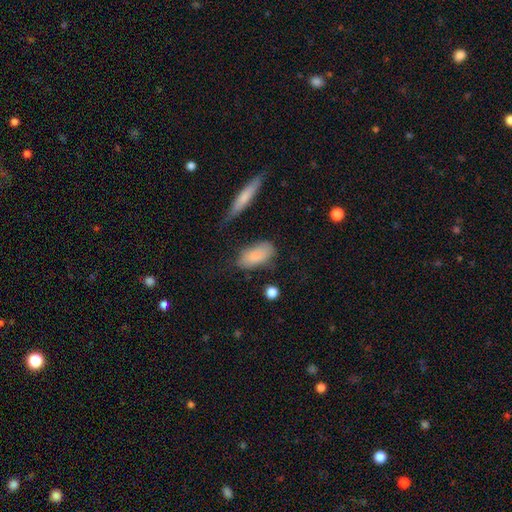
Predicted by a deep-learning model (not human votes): A smooth galaxy with no disk features (85%) that is in between round and cigar-shaped (87%).

Vote fractions:
- Smooth or featured? smooth: 85% / featured or disk: 8% / star or artifact: 7%
- How rounded? in between: 87% / cigar-shaped: 9% / round: 3%
- Merging? none: 63% / minor disturbance: 24% / major disturbance: 8% / merger: 5%